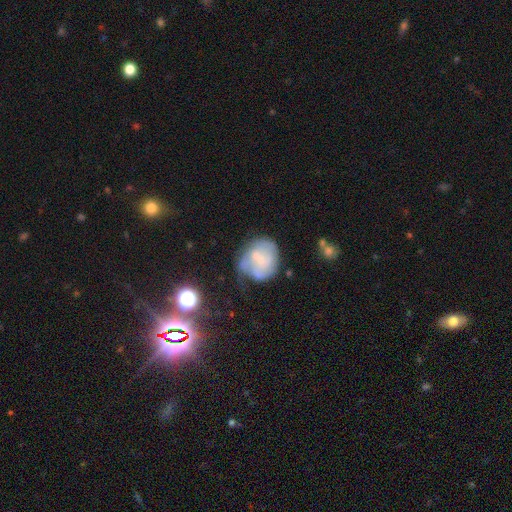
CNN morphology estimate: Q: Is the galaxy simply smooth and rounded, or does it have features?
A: featured or disk — 56%.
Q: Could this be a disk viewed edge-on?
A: no — 98%.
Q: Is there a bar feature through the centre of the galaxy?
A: no — 74%.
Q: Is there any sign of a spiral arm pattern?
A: yes — 53%.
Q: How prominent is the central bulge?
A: small — 68%.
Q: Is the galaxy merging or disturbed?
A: none — 39%.